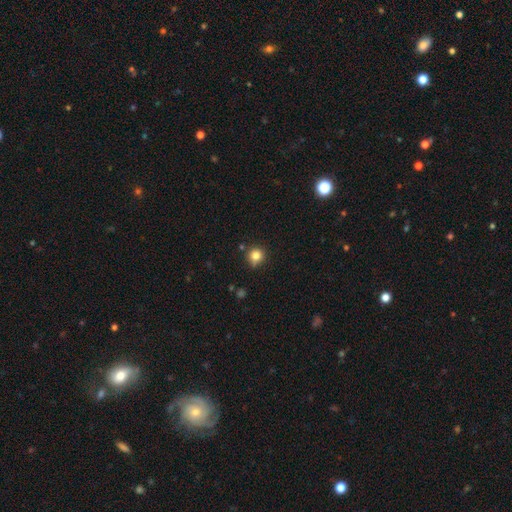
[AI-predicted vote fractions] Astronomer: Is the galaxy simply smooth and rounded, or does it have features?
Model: smooth — 82%.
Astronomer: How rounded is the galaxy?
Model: round — 90%.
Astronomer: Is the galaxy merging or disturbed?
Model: none — 76%.